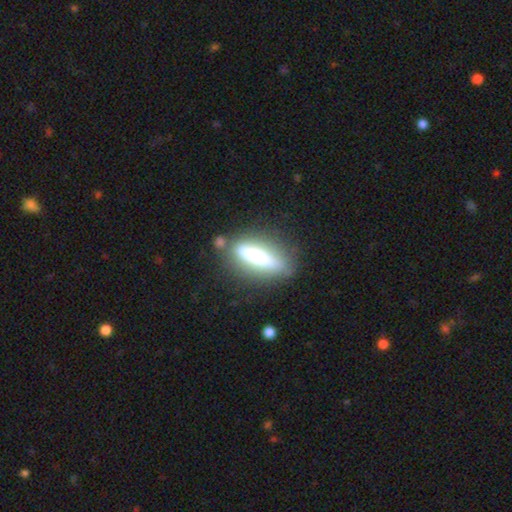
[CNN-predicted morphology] smooth_or_featured: smooth (p=0.52) [alt: featured or disk p=0.40]
how_rounded: cigar-shaped (p=0.70) [alt: in between p=0.28]
merging: none (p=0.75) [alt: minor disturbance p=0.13]